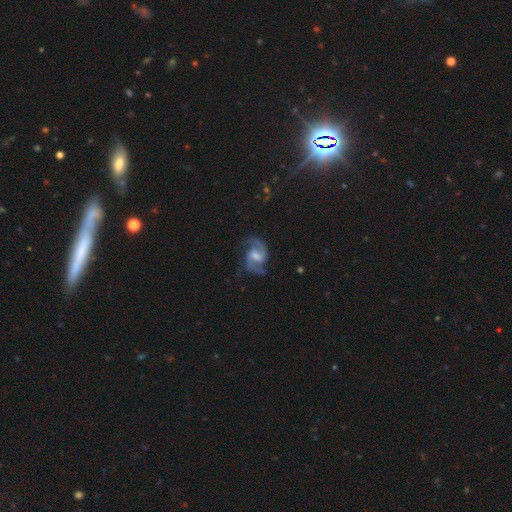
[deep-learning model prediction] This is clearly a featured or disk galaxy (85%). It is clearly not viewed edge-on (98%). Bar: possibly weak (59%). Spiral arm pattern: clearly yes (96%). Spiral arm count: clearly 2 (86%). Spiral winding: possibly medium (53%). Central bulge: marginally moderate (41%). Merging: likely none (69%).